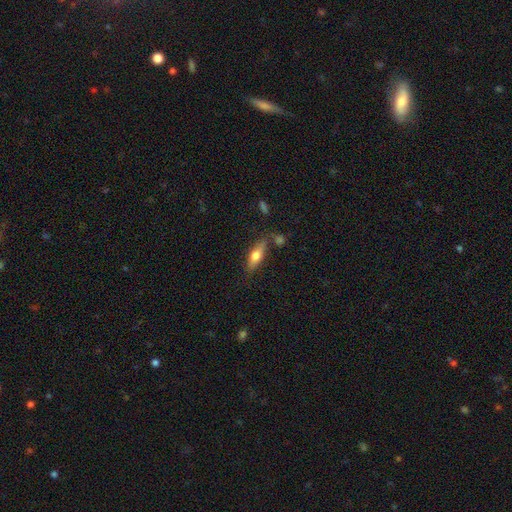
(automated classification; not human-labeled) smooth 59%, featured or disk 34%, star or artifact 7%. Down the decision tree: how rounded — in between (52%); merging — none (71%).